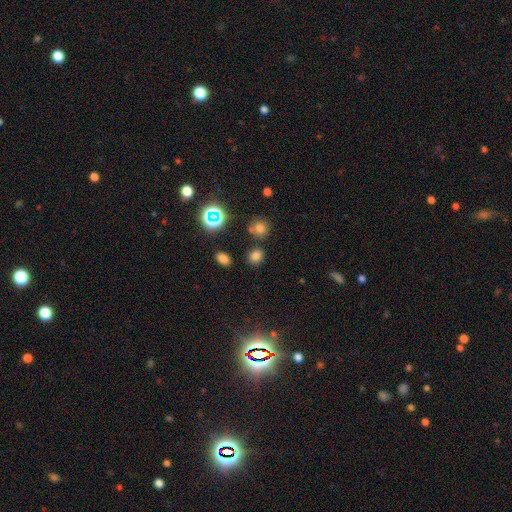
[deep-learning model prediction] smooth-or-featured: smooth: 72% | star or artifact: 23% | featured or disk: 6%
  how-rounded: round: 50% | in between: 49% | cigar-shaped: 1%
  merging: none: 80% | minor disturbance: 10% | merger: 7% | major disturbance: 3%